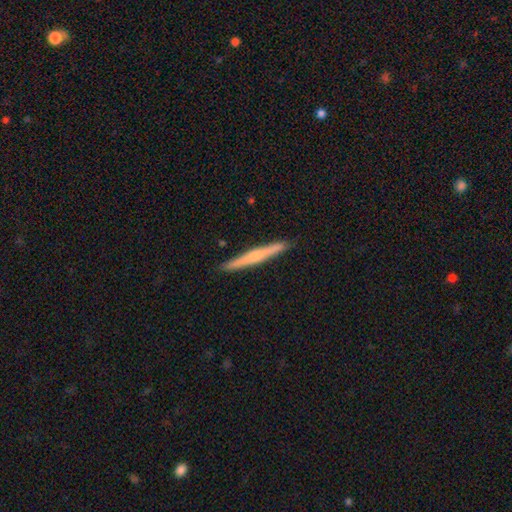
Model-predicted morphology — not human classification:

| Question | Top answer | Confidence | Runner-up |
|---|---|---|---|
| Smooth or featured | featured or disk | 54% | smooth (41%) |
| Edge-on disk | yes | 98% | no (2%) |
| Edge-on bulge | rounded | 62% | none (30%) |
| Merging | none | 91% | minor disturbance (6%) |